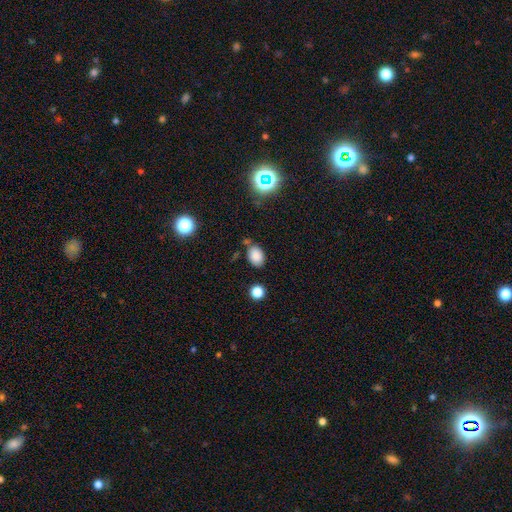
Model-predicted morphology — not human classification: Q: Smooth or featured?
A: smooth (83%); runner-up: star or artifact (12%)
Q: How rounded?
A: in between (83%); runner-up: round (16%)
Q: Merging?
A: none (74%); runner-up: minor disturbance (16%)